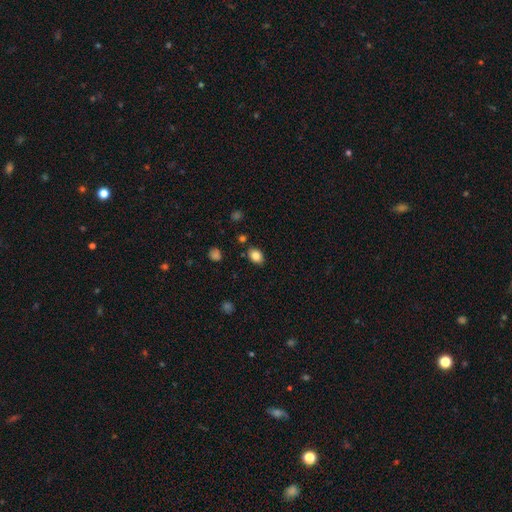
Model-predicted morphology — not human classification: smooth-or-featured: smooth: 84% | star or artifact: 10% | featured or disk: 6%
  how-rounded: in between: 70% | round: 29% | cigar-shaped: 1%
  merging: none: 84% | minor disturbance: 11% | merger: 3% | major disturbance: 3%